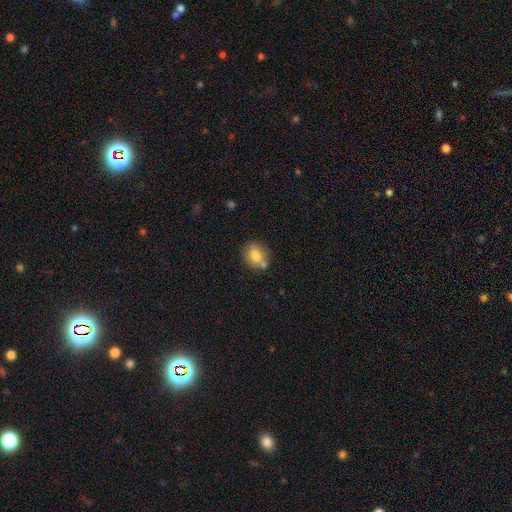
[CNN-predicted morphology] The model was most divided on "how rounded": round: 52%, in between: 46%, cigar-shaped: 2%. More confident: smooth or featured — smooth (71%); merging — none (67%).